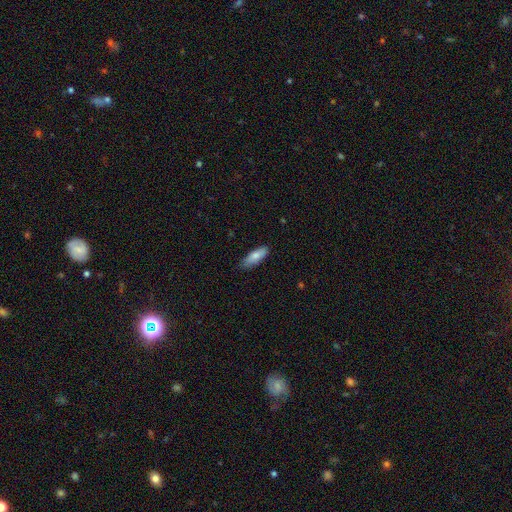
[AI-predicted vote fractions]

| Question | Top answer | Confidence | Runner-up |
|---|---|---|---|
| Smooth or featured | smooth | 78% | featured or disk (16%) |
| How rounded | in between | 58% | cigar-shaped (41%) |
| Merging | none | 81% | minor disturbance (16%) |